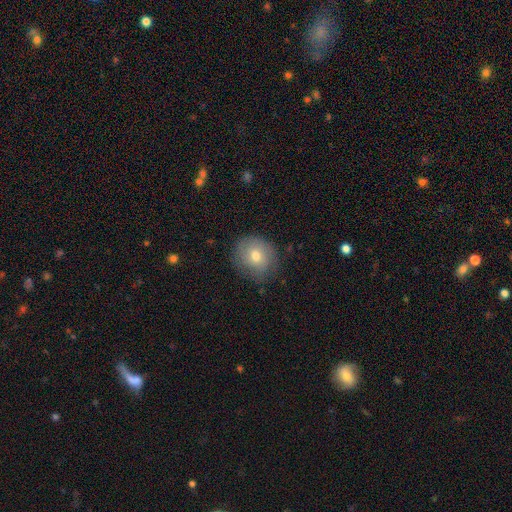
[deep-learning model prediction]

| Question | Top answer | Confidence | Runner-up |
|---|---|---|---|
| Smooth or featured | smooth | 69% | featured or disk (22%) |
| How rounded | round | 82% | in between (17%) |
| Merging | none | 76% | minor disturbance (18%) |